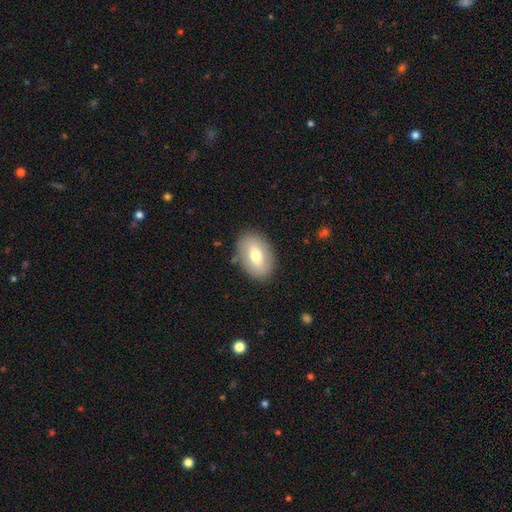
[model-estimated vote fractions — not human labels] Smooth or featured? Predicted: smooth (p=0.63). How rounded? Predicted: in between (p=0.86). Merging? Predicted: none (p=0.85).